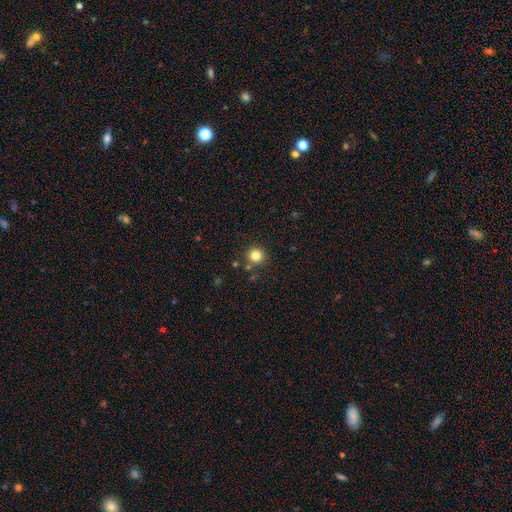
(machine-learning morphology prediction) Smooth or featured? smooth (82%)
How rounded? round (94%)
Merging? none (87%)